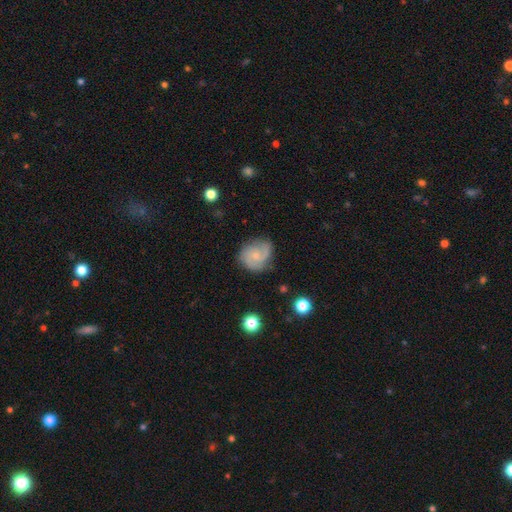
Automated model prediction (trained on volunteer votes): This is possibly a featured or disk galaxy (60%). It is clearly not viewed edge-on (98%). Bar: likely no (69%). Spiral arm pattern: clearly yes (90%). Spiral arm count: possibly 2 (57%). Spiral winding: marginally medium (45%). Central bulge: likely small (67%). Merging: likely none (63%).